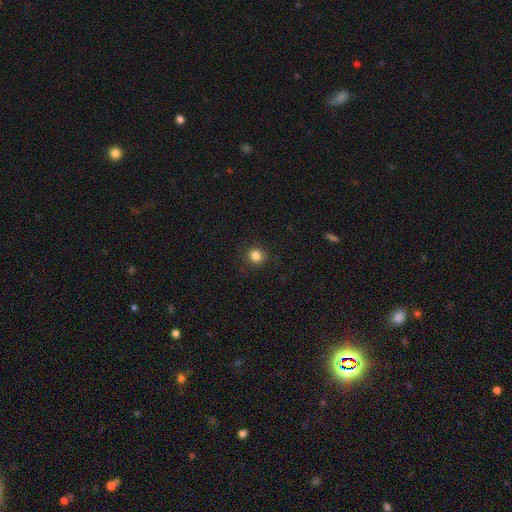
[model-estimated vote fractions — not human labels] smooth 84%, star or artifact 12%, featured or disk 4%. Down the decision tree: how rounded — round (88%); merging — none (90%).